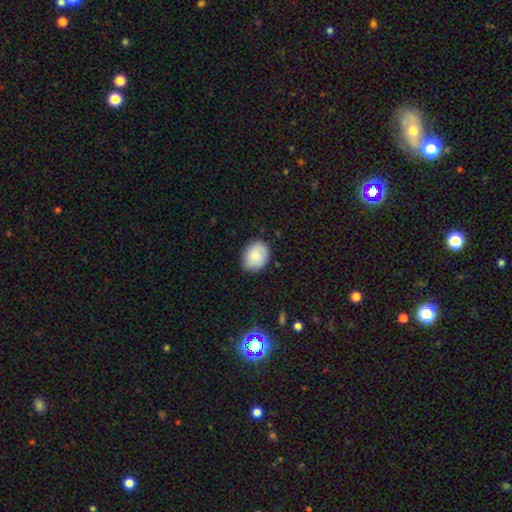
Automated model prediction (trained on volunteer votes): Smooth or featured? Predicted: smooth (p=0.80). How rounded? Predicted: in between (p=0.58). Merging? Predicted: none (p=0.83).